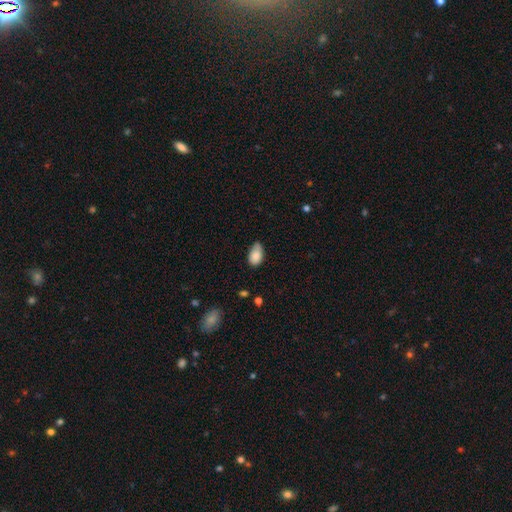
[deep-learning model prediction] Smooth or featured? smooth (84%)
How rounded? in between (91%)
Merging? none (49%)